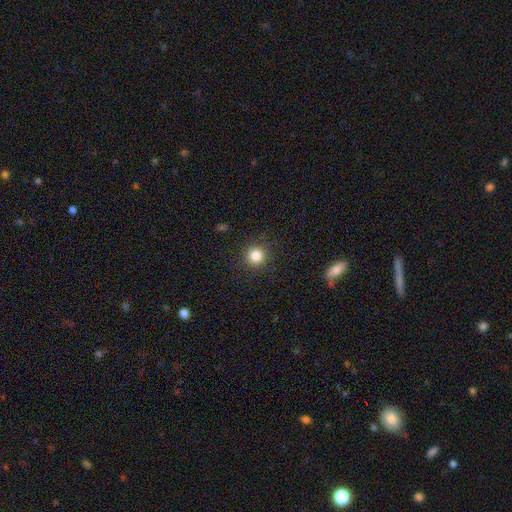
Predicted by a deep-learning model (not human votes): A smooth galaxy with no disk features (83%) that is round (94%).

Vote fractions:
- Smooth or featured? smooth: 83% / star or artifact: 12% / featured or disk: 5%
- How rounded? round: 94% / in between: 5% / cigar-shaped: 1%
- Merging? none: 91% / minor disturbance: 6% / major disturbance: 2% / merger: 1%